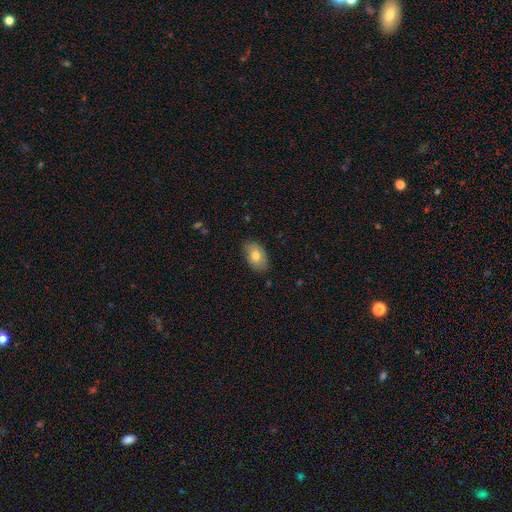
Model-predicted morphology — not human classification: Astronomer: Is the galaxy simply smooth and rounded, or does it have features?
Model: smooth — 76%.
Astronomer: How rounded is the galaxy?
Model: in between — 91%.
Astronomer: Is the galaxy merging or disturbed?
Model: none — 80%.